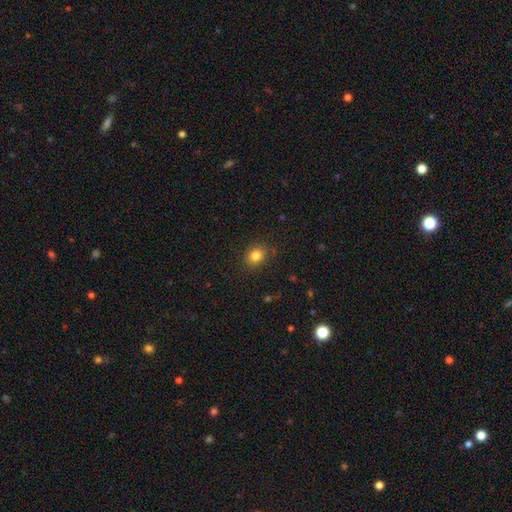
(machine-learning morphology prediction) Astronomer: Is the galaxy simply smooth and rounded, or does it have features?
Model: smooth — 83%.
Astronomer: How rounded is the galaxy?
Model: round — 56% (runner-up: in between, 44%).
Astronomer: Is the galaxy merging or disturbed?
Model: none — 85%.